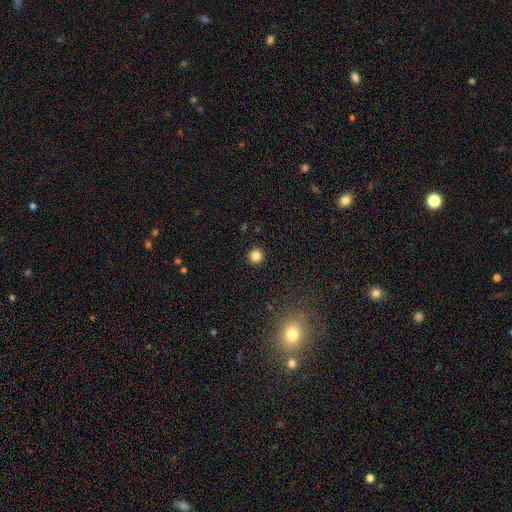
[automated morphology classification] Smooth or featured? Predicted: smooth (p=0.84). How rounded? Predicted: round (p=0.96). Merging? Predicted: none (p=0.93).